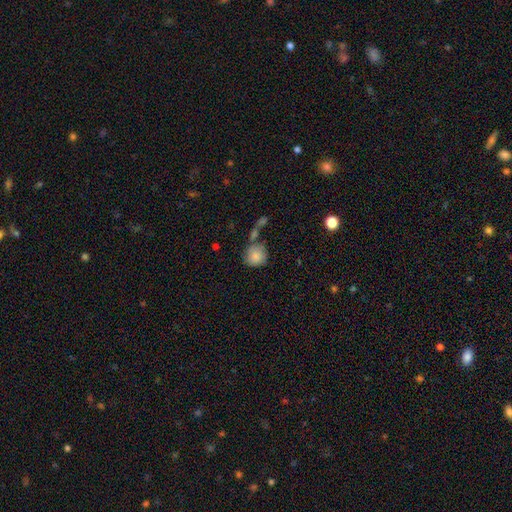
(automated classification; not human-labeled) This is clearly a smooth galaxy (84%). How rounded: clearly round (88%). Merging: possibly none (57%).